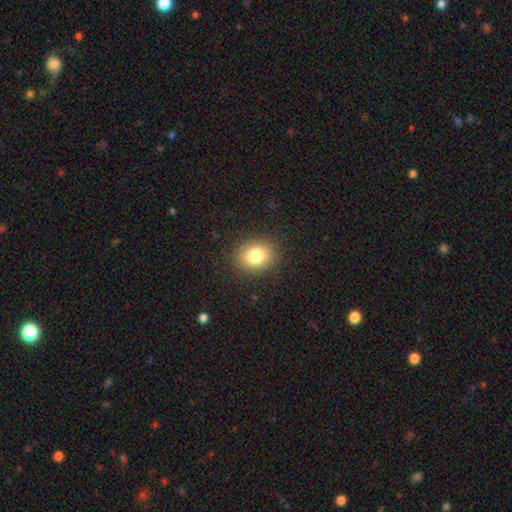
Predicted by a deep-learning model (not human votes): Smooth or featured? Predicted: smooth (p=0.81). How rounded? Predicted: round (p=0.55). Merging? Predicted: none (p=0.88).